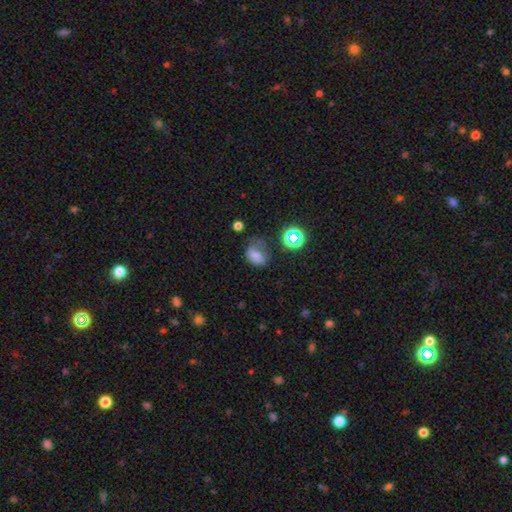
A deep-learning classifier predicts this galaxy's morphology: A smooth galaxy with no disk features (65%) that is in between round and cigar-shaped (64%).

Vote fractions:
- Smooth or featured? smooth: 65% / star or artifact: 18% / featured or disk: 17%
- How rounded? in between: 64% / round: 34% / cigar-shaped: 1%
- Merging? none: 33% / minor disturbance: 32% / major disturbance: 30% / merger: 5%